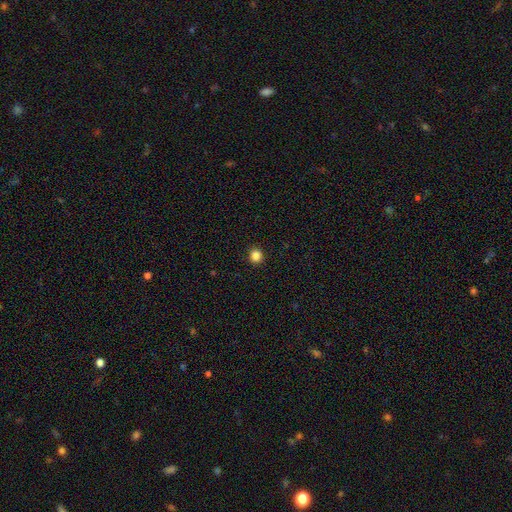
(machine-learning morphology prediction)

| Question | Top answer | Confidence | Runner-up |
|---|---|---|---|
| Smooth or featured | smooth | 86% | star or artifact (12%) |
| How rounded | round | 92% | in between (7%) |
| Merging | none | 93% | minor disturbance (4%) |